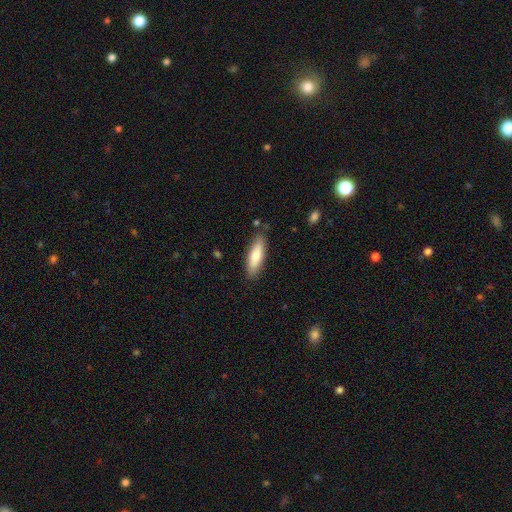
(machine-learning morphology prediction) Smooth or featured? smooth (76%)
How rounded? cigar-shaped (54%)
Merging? none (85%)